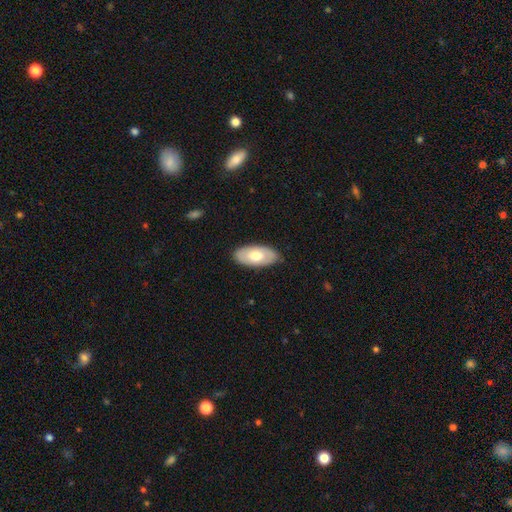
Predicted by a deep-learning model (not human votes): Smooth or featured?
  - smooth: 57% *
  - featured or disk: 38%
  - star or artifact: 5%
How rounded?
  - in between: 93% *
  - cigar-shaped: 4%
  - round: 3%
Merging?
  - none: 84% *
  - minor disturbance: 12%
  - major disturbance: 3%
  - merger: 1%